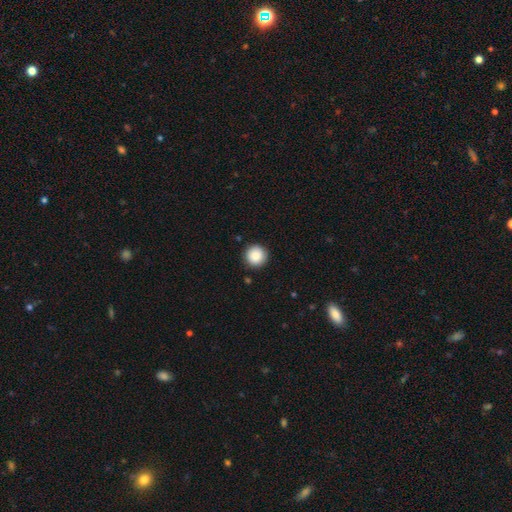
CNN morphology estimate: Smooth or featured? smooth (86%)
How rounded? round (96%)
Merging? none (91%)